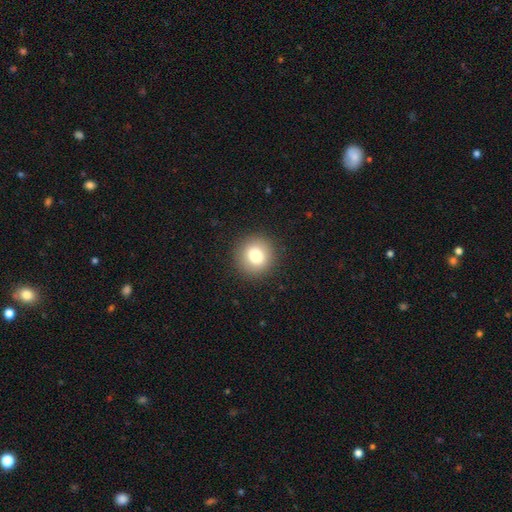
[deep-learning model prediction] smooth-or-featured: smooth: 80% | featured or disk: 11% | star or artifact: 10%
  how-rounded: round: 92% | in between: 7% | cigar-shaped: 1%
  merging: none: 91% | minor disturbance: 6% | major disturbance: 2% | merger: 1%